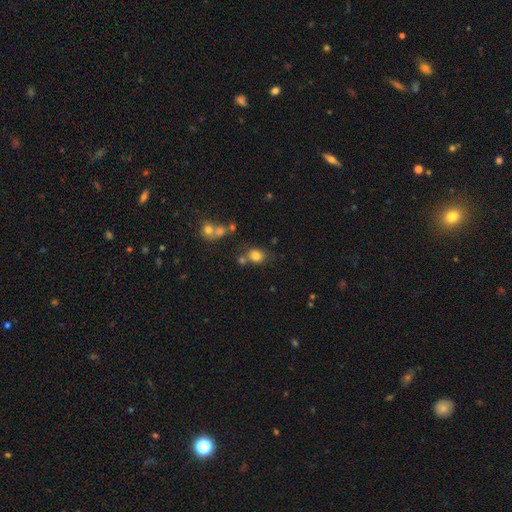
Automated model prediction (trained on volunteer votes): Smooth or featured: smooth — 79% (star or artifact — 13%)
How rounded: round — 63% (in between — 36%)
Merging: none — 62% (merger — 18%)